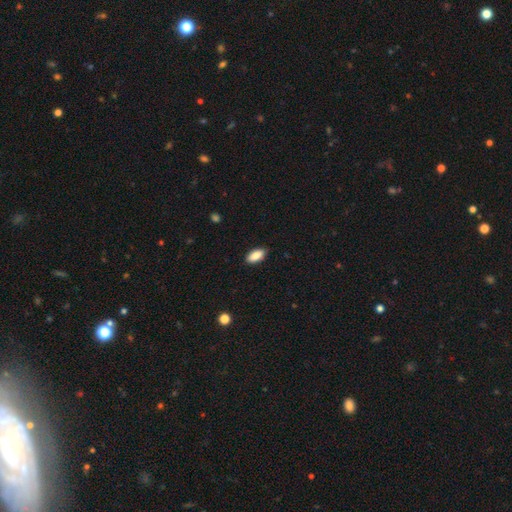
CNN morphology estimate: This is clearly a smooth galaxy (88%). How rounded: clearly in between (90%). Merging: clearly none (89%).